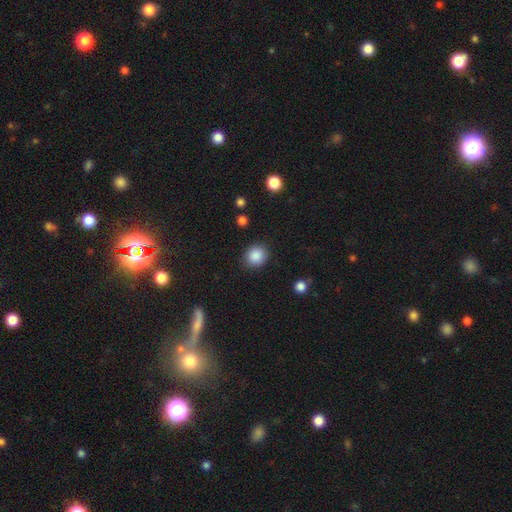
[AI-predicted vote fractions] Overall: smooth (88%). How rounded: round (78%). Merging: none (87%).